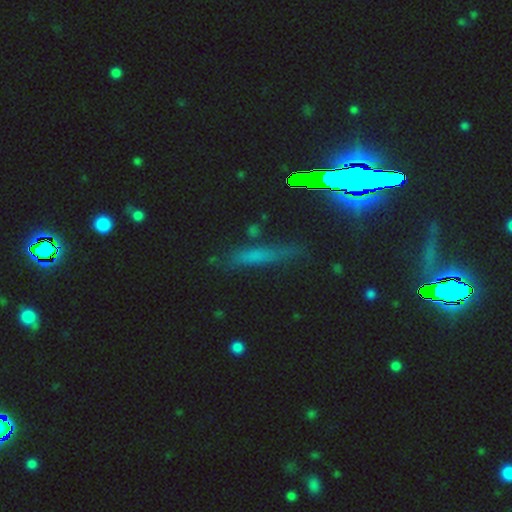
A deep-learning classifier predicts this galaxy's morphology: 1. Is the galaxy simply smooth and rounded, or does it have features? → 45% smooth, 32% star or artifact, 23% featured or disk.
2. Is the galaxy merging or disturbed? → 73% none, 17% minor disturbance, 6% major disturbance, 4% merger.